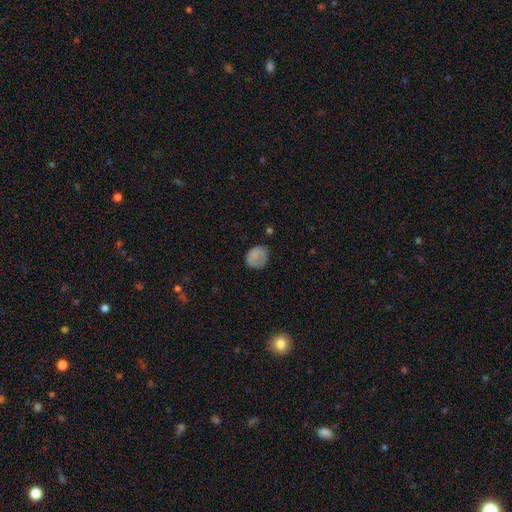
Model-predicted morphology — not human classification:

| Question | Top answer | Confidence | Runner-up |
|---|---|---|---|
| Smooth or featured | smooth | 76% | featured or disk (14%) |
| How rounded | round | 62% | in between (37%) |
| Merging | none | 67% | minor disturbance (23%) |